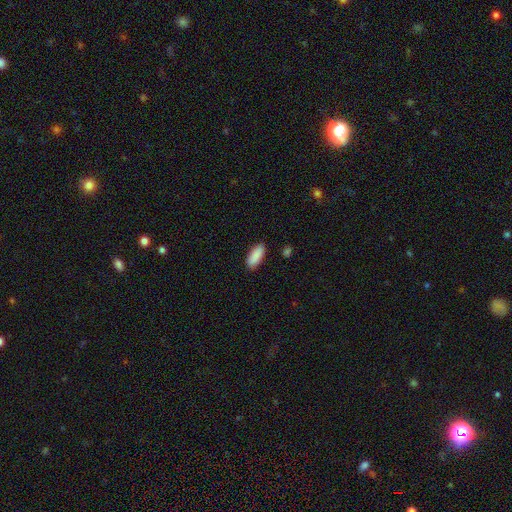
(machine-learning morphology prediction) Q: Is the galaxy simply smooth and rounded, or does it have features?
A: smooth — 91%.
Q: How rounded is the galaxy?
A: in between — 81%.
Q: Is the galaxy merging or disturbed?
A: none — 88%.